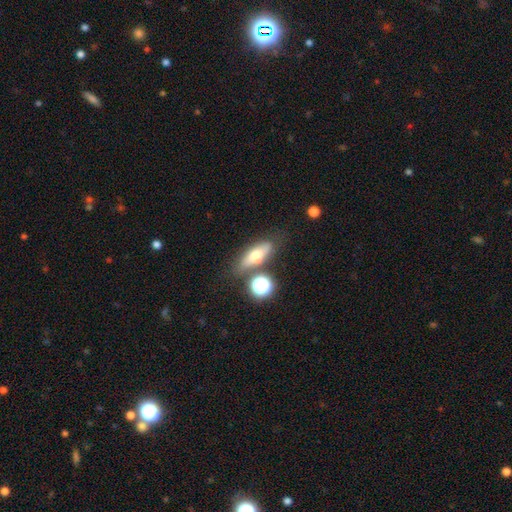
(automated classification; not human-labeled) Smooth or featured? smooth (56%)
How rounded? in between (53%)
Merging? none (69%)